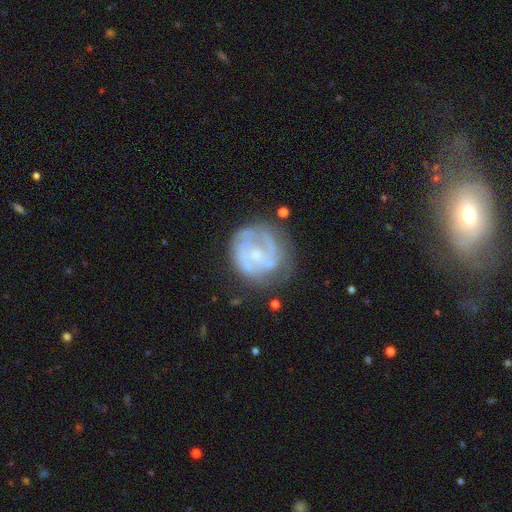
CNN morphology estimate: type=featured or disk (76%); edge-on=no (98%); bar=no (68%); spiral arms=yes (79%); winding=tight (59%); arm count=can't tell (36%); bulge=small (63%); merging=none (62%).